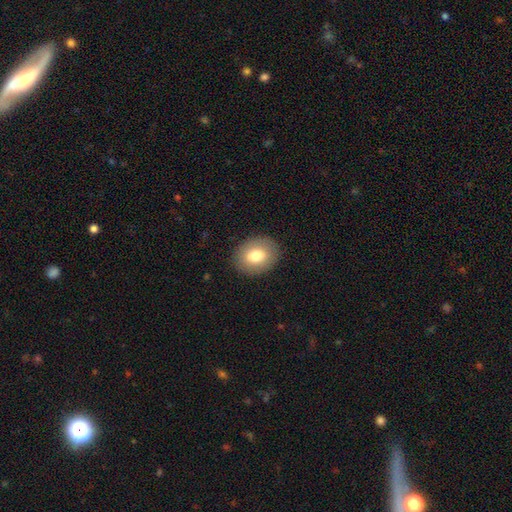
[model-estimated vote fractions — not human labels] A smooth galaxy with no disk features (76%) that is in between round and cigar-shaped (57%). Merging: none (88%).